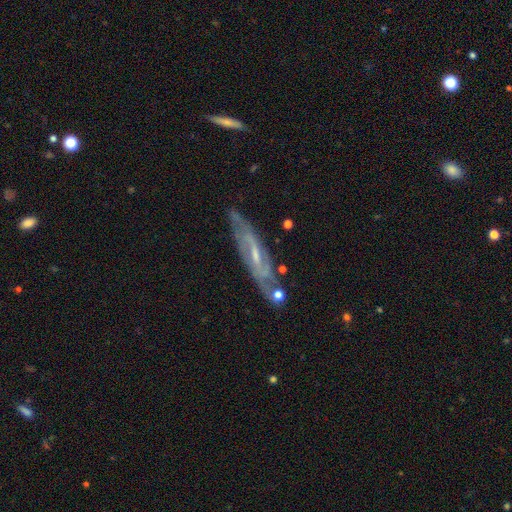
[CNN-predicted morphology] Smooth or featured: featured or disk — 78% (smooth — 14%)
Edge-on disk: no — 67% (yes — 33%)
Bar: weak — 48% (strong — 27%)
Spiral arms: yes — 89% (no — 11%)
Bulge size: small — 63% (moderate — 27%)
Merging: none — 71% (minor disturbance — 18%)